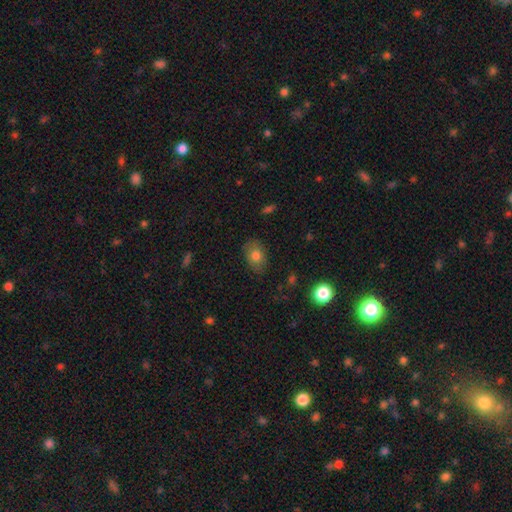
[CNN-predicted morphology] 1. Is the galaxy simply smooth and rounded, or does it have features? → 76% smooth, 14% featured or disk, 10% star or artifact.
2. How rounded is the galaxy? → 77% in between, 22% round, 1% cigar-shaped.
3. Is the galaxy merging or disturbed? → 82% none, 14% minor disturbance, 3% major disturbance, 1% merger.